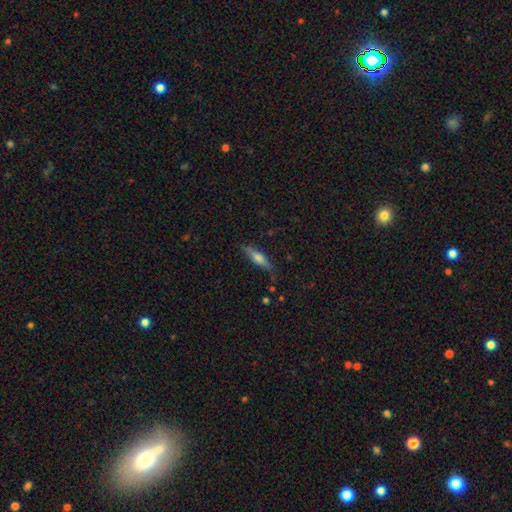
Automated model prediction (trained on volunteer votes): A featured or disk galaxy (50%).

Vote fractions:
- Smooth or featured? featured or disk: 50% / smooth: 43% / star or artifact: 7%
- Merging? none: 80% / minor disturbance: 15% / major disturbance: 3% / merger: 2%